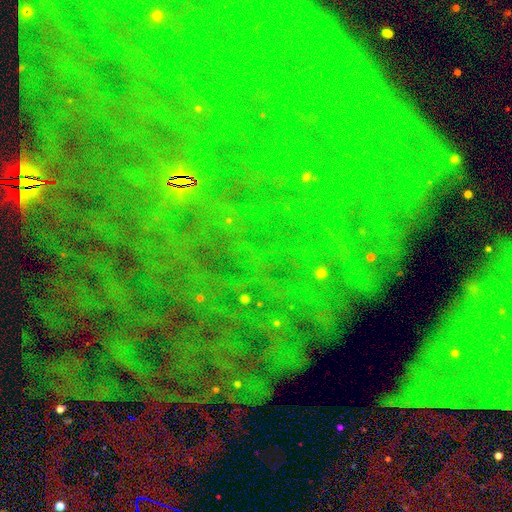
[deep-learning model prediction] Smooth or featured? star or artifact (83%)